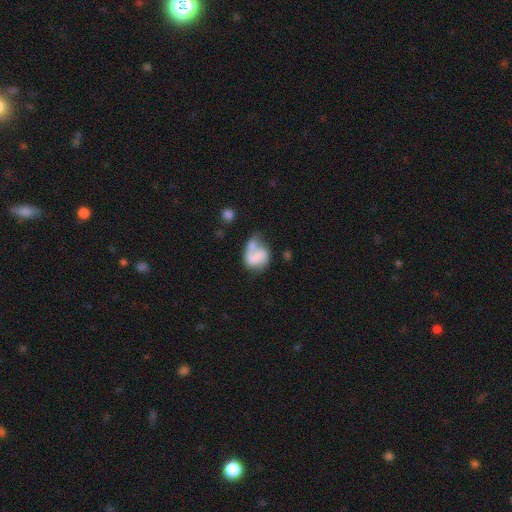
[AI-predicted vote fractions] Smooth or featured: smooth — 53% (featured or disk — 39%)
How rounded: in between — 61% (round — 37%)
Merging: none — 26% (tied with major disturbance — 26%)